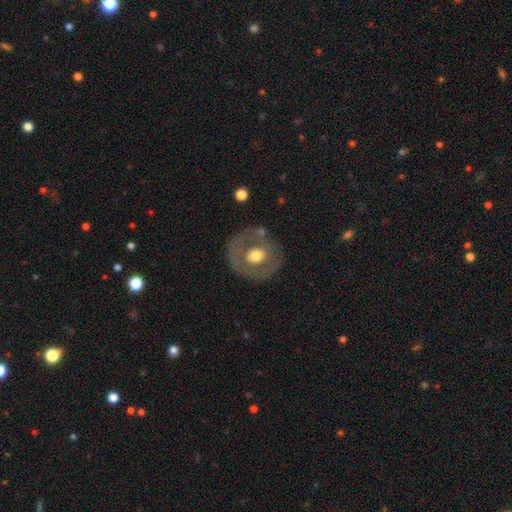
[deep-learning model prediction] Smooth or featured: featured or disk — 48% (smooth — 46%)
Merging: none — 74% (minor disturbance — 15%)